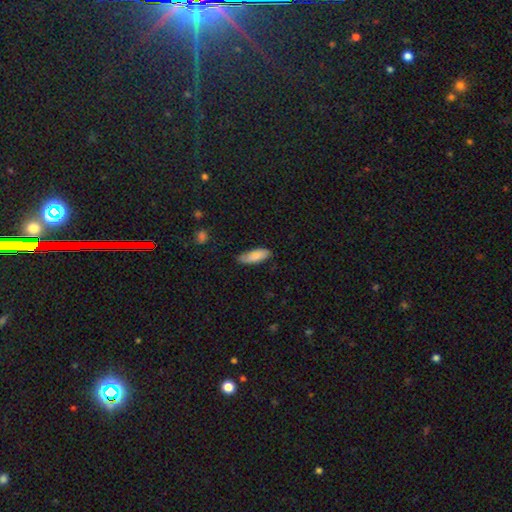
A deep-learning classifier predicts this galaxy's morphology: Smooth or featured?
  - smooth: 83% *
  - featured or disk: 11%
  - star or artifact: 6%
How rounded?
  - in between: 68% *
  - cigar-shaped: 30%
  - round: 2%
Merging?
  - none: 74% *
  - minor disturbance: 21%
  - major disturbance: 3%
  - merger: 1%